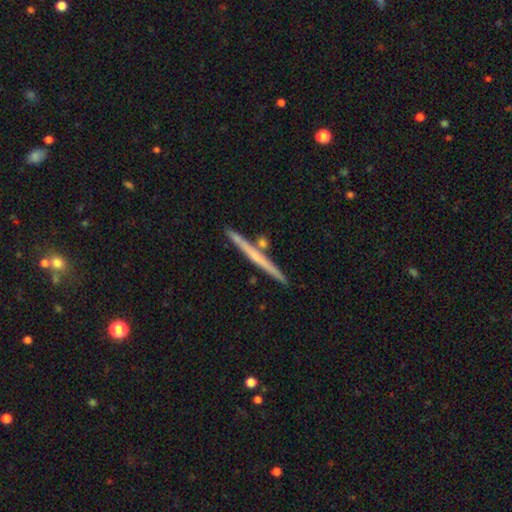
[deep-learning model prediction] smooth-or-featured: featured or disk: 55% | smooth: 39% | star or artifact: 6%
  disk-edge-on: yes: 97% | no: 3%
    edge-on-bulge: none: 73% | rounded: 23% | boxy: 5%
  merging: none: 86% | minor disturbance: 7% | merger: 5% | major disturbance: 2%